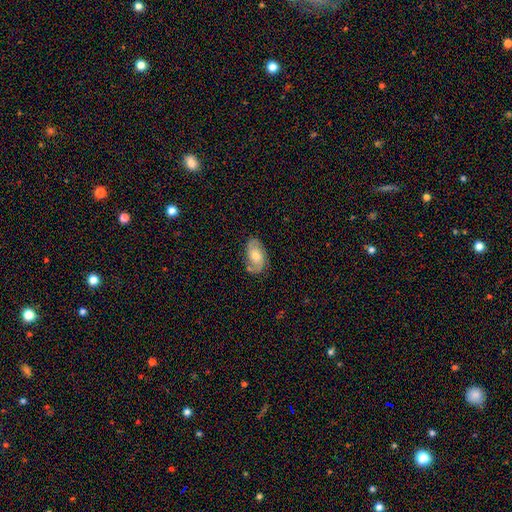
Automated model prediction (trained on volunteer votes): Overall: featured or disk (61%; smooth 32%). Edge-on disk: no (95%). Bar: no (67%; weak 28%). Spiral arms: yes (88%). Spiral arm count: 2 (81%). Spiral winding: medium (45%; tight 33%). Bulge size: moderate (60%; small 29%). Merging: none (73%).